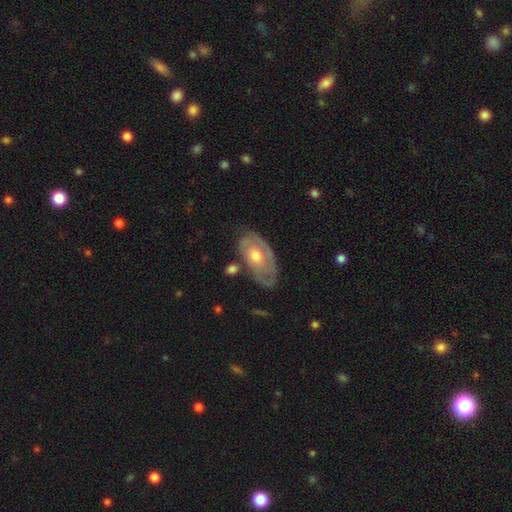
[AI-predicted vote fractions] Overall: featured or disk (71%). Edge-on disk: no (91%). Bar: no (79%). Spiral arms: yes (71%). Bulge size: moderate (68%). Merging: none (66%).